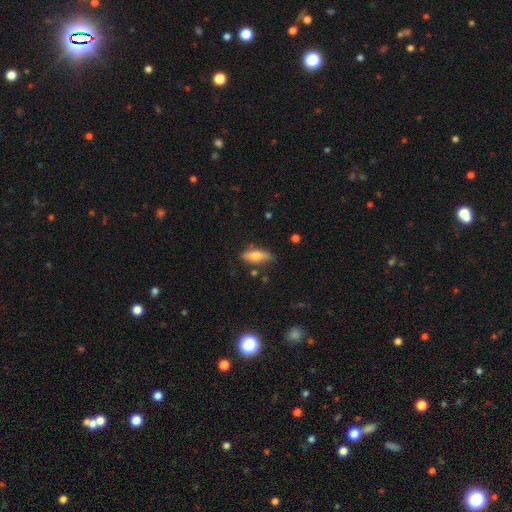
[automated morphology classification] Smooth or featured? smooth (64%)
How rounded? in between (60%)
Merging? none (73%)